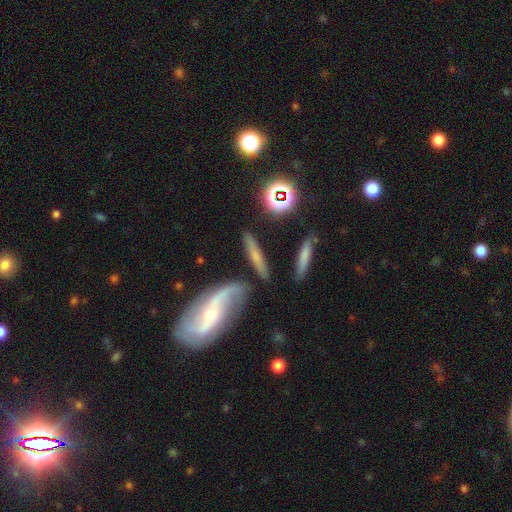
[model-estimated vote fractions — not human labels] Q: Smooth or featured?
A: featured or disk (46%); runner-up: smooth (42%)
Q: Merging?
A: none (69%); runner-up: minor disturbance (14%)